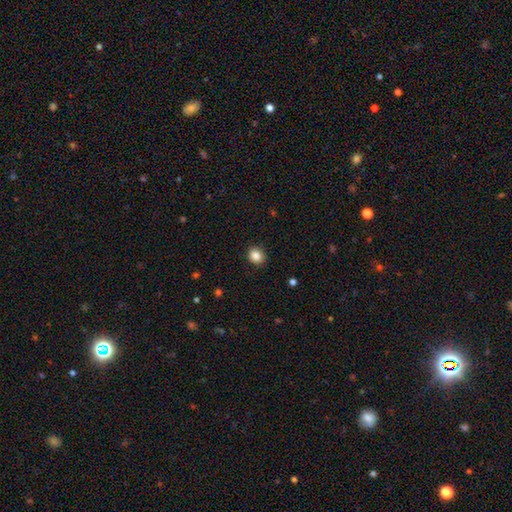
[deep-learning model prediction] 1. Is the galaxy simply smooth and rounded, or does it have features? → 86% smooth, 10% star or artifact, 4% featured or disk.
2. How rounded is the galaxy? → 73% round, 26% in between, 1% cigar-shaped.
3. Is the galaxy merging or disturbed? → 90% none, 7% minor disturbance, 2% major disturbance, 1% merger.